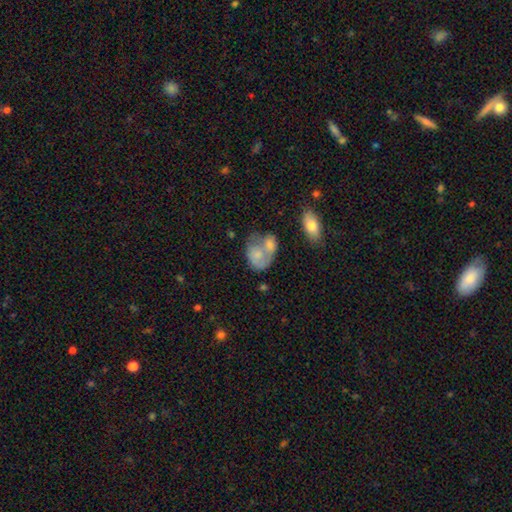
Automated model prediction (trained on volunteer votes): Q: Smooth or featured?
A: smooth (64%); runner-up: featured or disk (28%)
Q: How rounded?
A: in between (68%); runner-up: round (31%)
Q: Merging?
A: merger (57%); runner-up: none (19%)